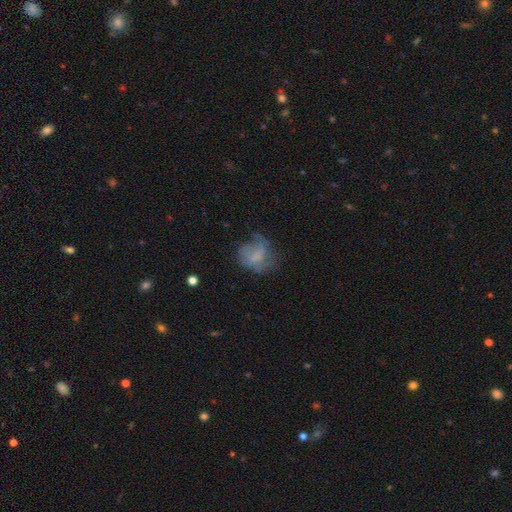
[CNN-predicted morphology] A smooth galaxy with no disk features (55%) that is round (52%). Merging: none (39%).